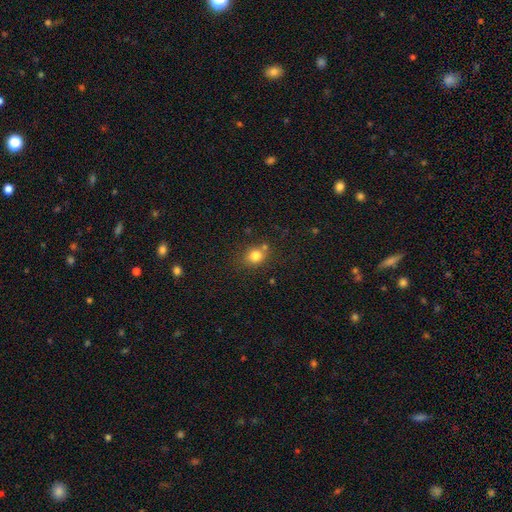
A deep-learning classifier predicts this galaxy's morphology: Smooth or featured? smooth (80%)
How rounded? round (69%)
Merging? none (67%)